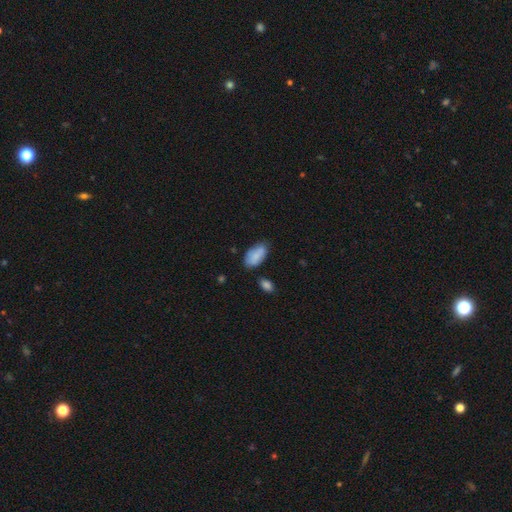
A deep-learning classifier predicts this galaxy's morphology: Overall: smooth (81%). How rounded: in between (94%). Merging: none (63%; minor disturbance 25%).